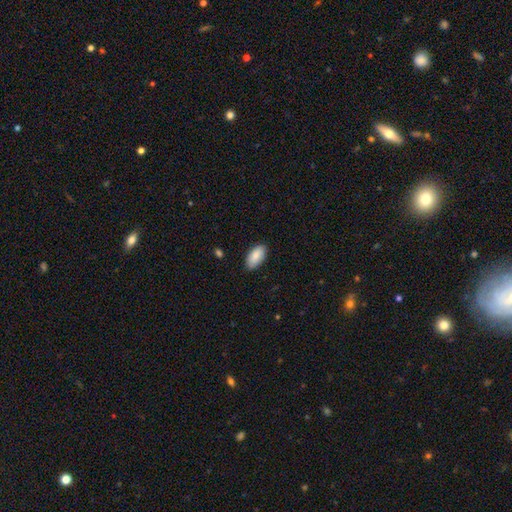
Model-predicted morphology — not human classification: Smooth or featured: smooth — 87% (featured or disk — 6%)
How rounded: in between — 94% (cigar-shaped — 4%)
Merging: none — 86% (minor disturbance — 11%)